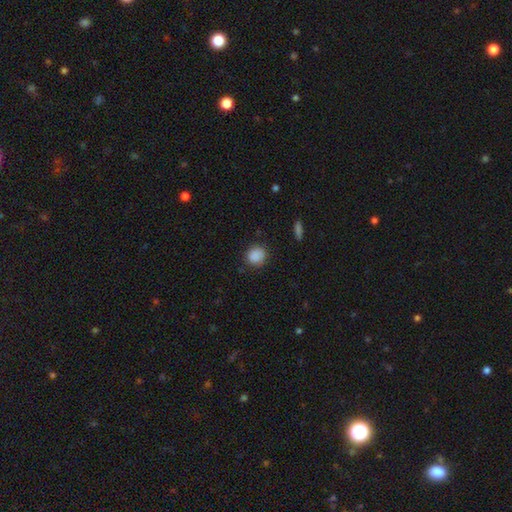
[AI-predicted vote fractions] A smooth galaxy with no disk features (88%) that is round (85%).

Vote fractions:
- Smooth or featured? smooth: 88% / star or artifact: 9% / featured or disk: 3%
- How rounded? round: 85% / in between: 14% / cigar-shaped: 1%
- Merging? none: 85% / minor disturbance: 11% / major disturbance: 3% / merger: 1%